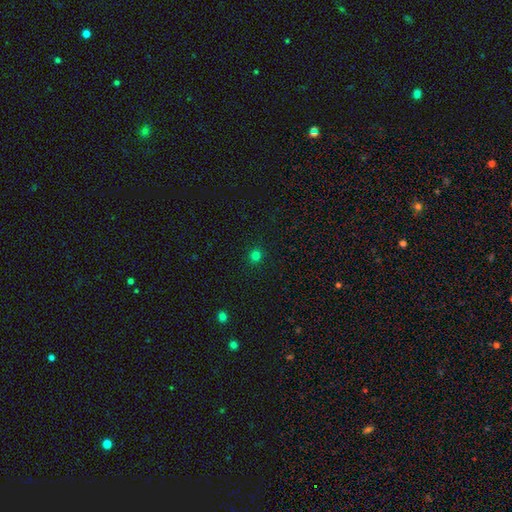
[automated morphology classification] Q: Smooth or featured?
A: smooth (79%); runner-up: star or artifact (17%)
Q: How rounded?
A: round (91%); runner-up: in between (8%)
Q: Merging?
A: none (92%); runner-up: minor disturbance (5%)